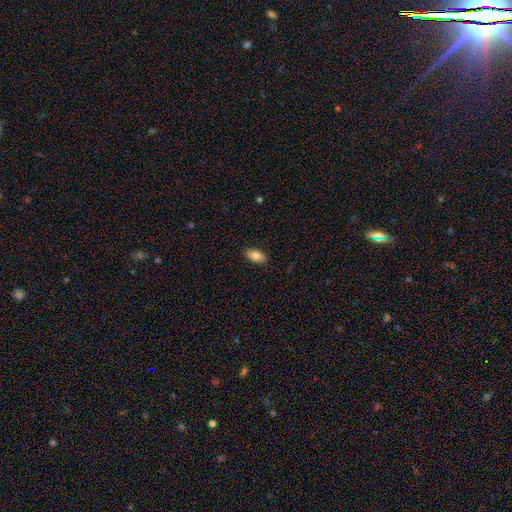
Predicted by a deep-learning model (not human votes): Smooth or featured? smooth (81%)
How rounded? in between (93%)
Merging? none (89%)